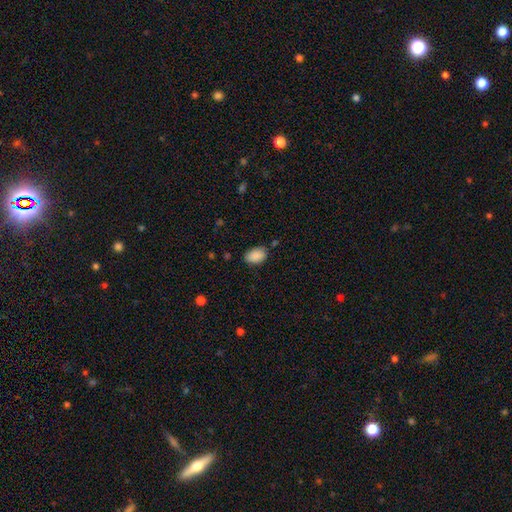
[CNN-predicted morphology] type=smooth (89%); roundness=in between (87%); merging=none (76%).